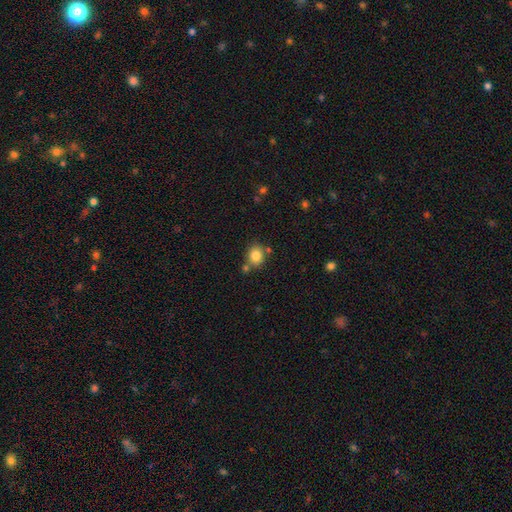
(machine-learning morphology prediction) Smooth or featured? smooth (83%)
How rounded? round (65%)
Merging? none (70%)